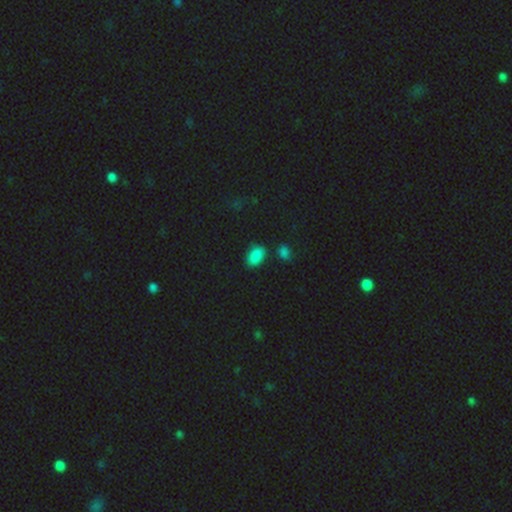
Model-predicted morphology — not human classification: Smooth or featured: smooth — 82% (star or artifact — 15%)
How rounded: in between — 88% (round — 10%)
Merging: none — 76% (minor disturbance — 13%)